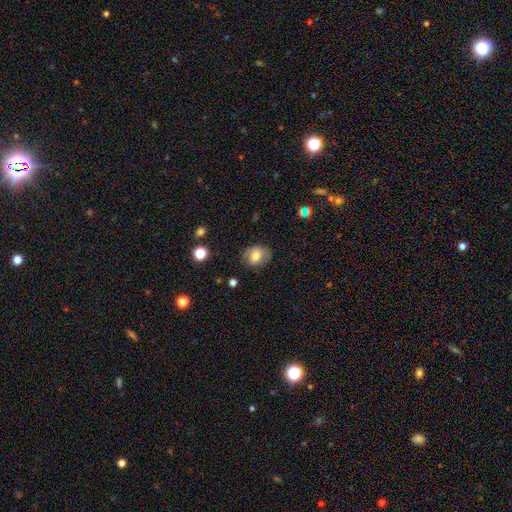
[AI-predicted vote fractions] smooth 64%, featured or disk 26%, star or artifact 9%. Down the decision tree: how rounded — in between (50%); merging — none (74%).